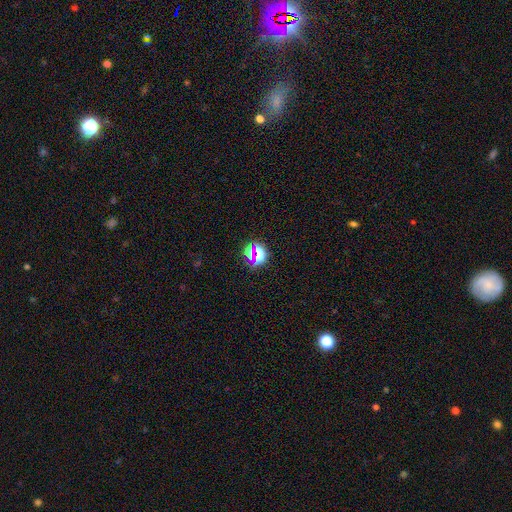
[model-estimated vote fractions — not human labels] A star or artifact, not a galaxy (58%).

Vote fractions:
- Smooth or featured? star or artifact: 58% / smooth: 32% / featured or disk: 10%